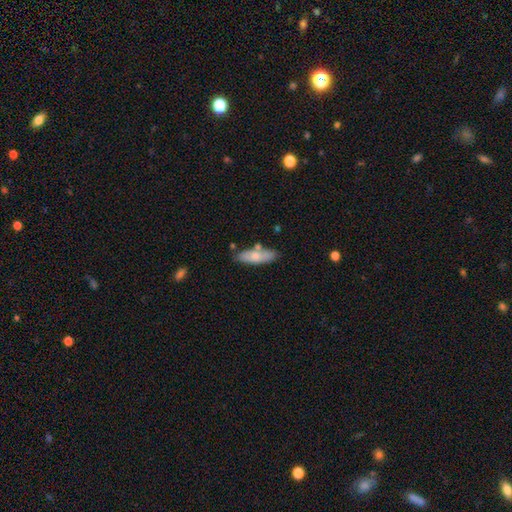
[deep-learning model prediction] Smooth or featured? Predicted: smooth (p=0.72). How rounded? Predicted: in between (p=0.52). Merging? Predicted: none (p=0.70).